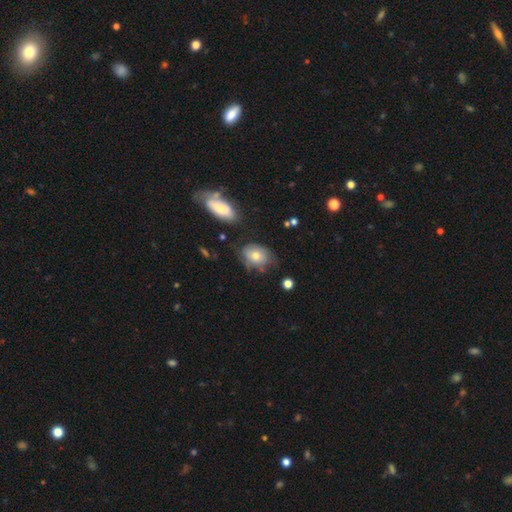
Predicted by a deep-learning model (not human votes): Overall: smooth (65%; featured or disk 26%). How rounded: in between (70%). Merging: none (57%; minor disturbance 29%).